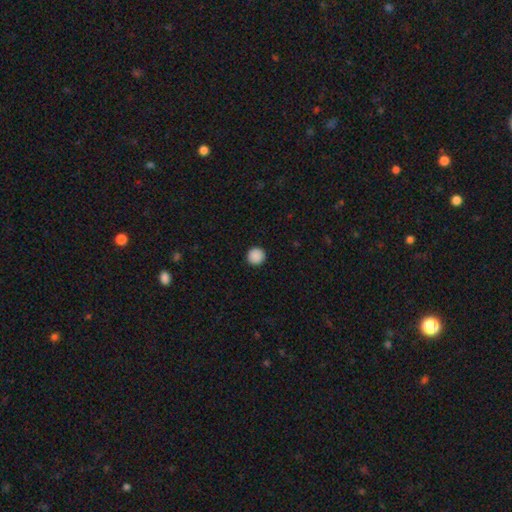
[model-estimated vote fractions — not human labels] A smooth galaxy with no disk features (89%) that is round (95%).

Vote fractions:
- Smooth or featured? smooth: 89% / star or artifact: 9% / featured or disk: 2%
- How rounded? round: 95% / in between: 4% / cigar-shaped: 1%
- Merging? none: 93% / minor disturbance: 4% / major disturbance: 2% / merger: 1%